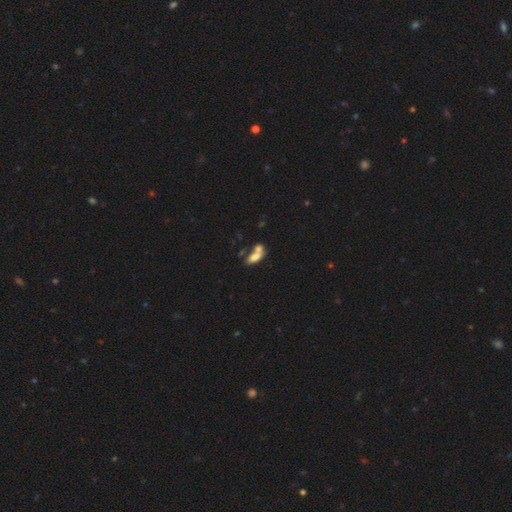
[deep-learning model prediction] A smooth galaxy with no disk features (70%) that is in between round and cigar-shaped (82%).

Vote fractions:
- Smooth or featured? smooth: 70% / featured or disk: 19% / star or artifact: 10%
- How rounded? in between: 82% / cigar-shaped: 12% / round: 6%
- Merging? merger: 57% / none: 25% / minor disturbance: 10% / major disturbance: 7%